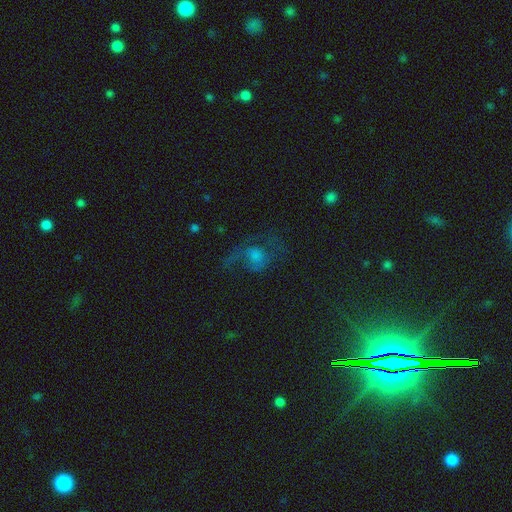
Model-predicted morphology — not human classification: Q: Smooth or featured?
A: featured or disk (43%); runner-up: smooth (35%)
Q: Merging?
A: major disturbance (42%); runner-up: none (37%)